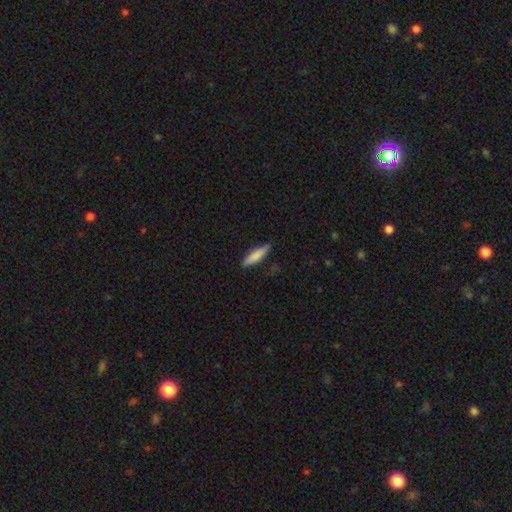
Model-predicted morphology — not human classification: smooth-or-featured: smooth: 76% | featured or disk: 19% | star or artifact: 6%
  how-rounded: cigar-shaped: 74% | in between: 24% | round: 2%
  merging: none: 83% | minor disturbance: 14% | major disturbance: 2% | merger: 1%